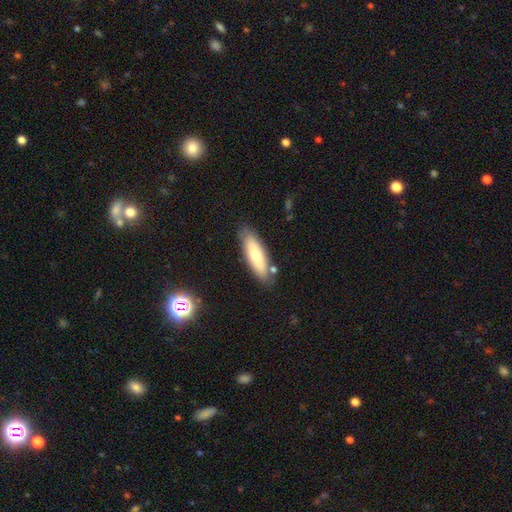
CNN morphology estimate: The model was most divided on "how rounded" (2-way tie): in between: 49%, cigar-shaped: 49%, round: 2%. More confident: merging — none (80%); smooth or featured — smooth (66%).